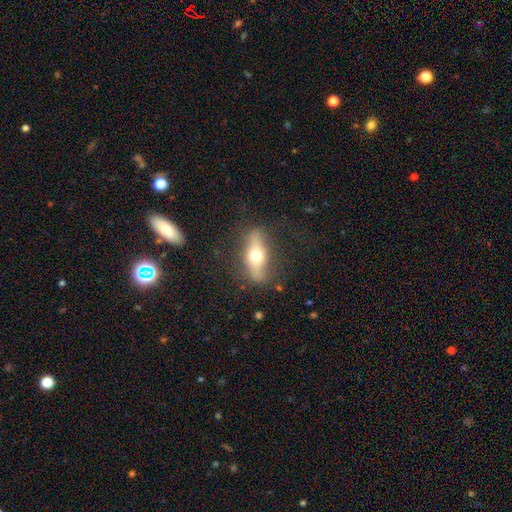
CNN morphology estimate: Smooth or featured: featured or disk — 56% (smooth — 38%)
Edge-on disk: yes — 76% (no — 24%)
Merging: none — 80% (minor disturbance — 13%)